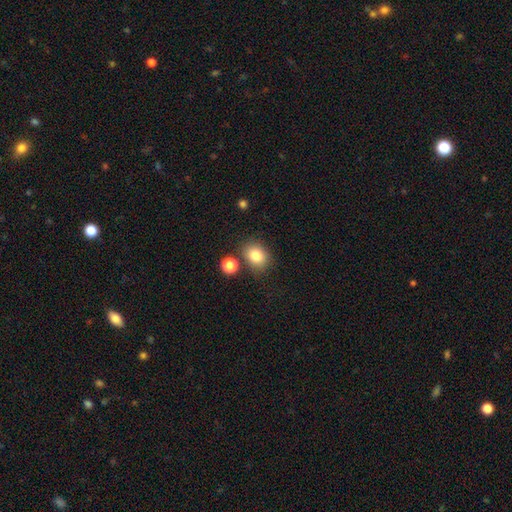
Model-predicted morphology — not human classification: This is clearly a smooth galaxy (82%). How rounded: possibly round (51%). Merging: likely none (76%).